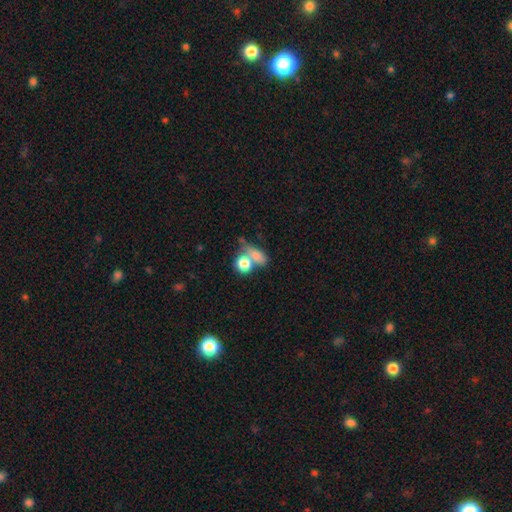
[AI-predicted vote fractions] Overall: smooth (75%). How rounded: in between (62%; round 32%). Merging: merger (47%; none 32%).